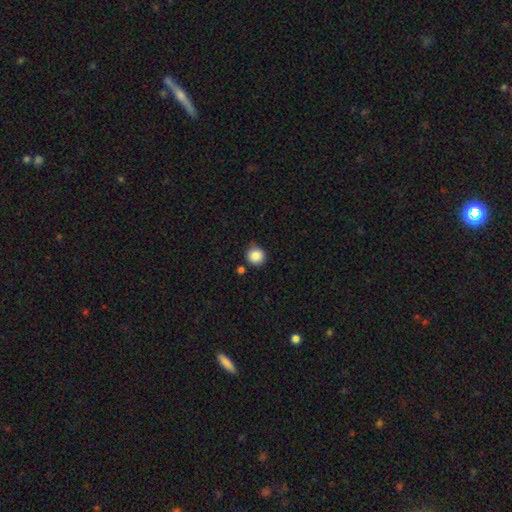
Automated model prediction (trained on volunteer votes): Q: Smooth or featured?
A: smooth (87%); runner-up: star or artifact (10%)
Q: How rounded?
A: round (92%); runner-up: in between (7%)
Q: Merging?
A: none (78%); runner-up: minor disturbance (14%)